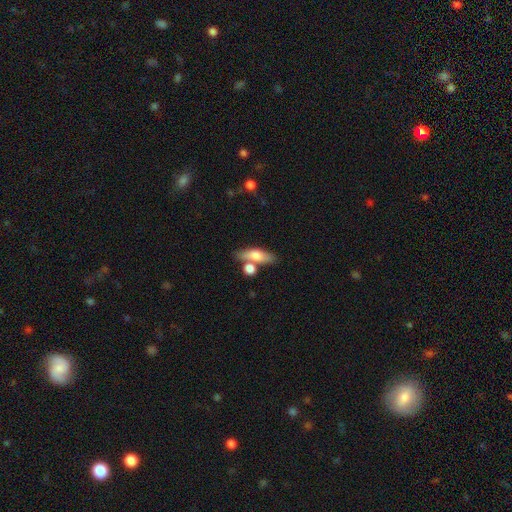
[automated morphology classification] Overall: smooth (69%). How rounded: in between (55%; cigar-shaped 38%). Merging: none (59%; merger 24%).